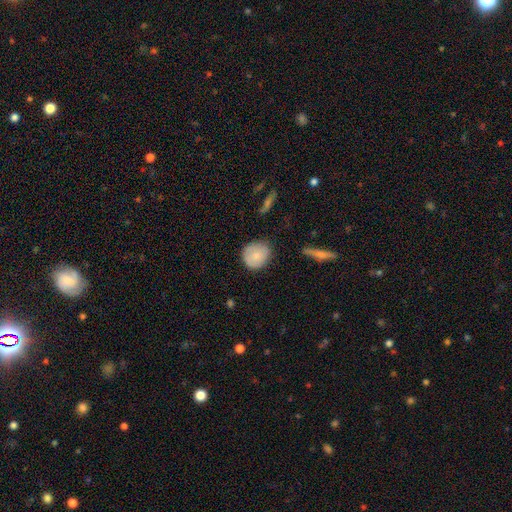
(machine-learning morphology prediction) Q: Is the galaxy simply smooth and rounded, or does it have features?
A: smooth — 82%.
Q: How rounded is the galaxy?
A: round — 82%.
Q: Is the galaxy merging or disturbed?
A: none — 79%.